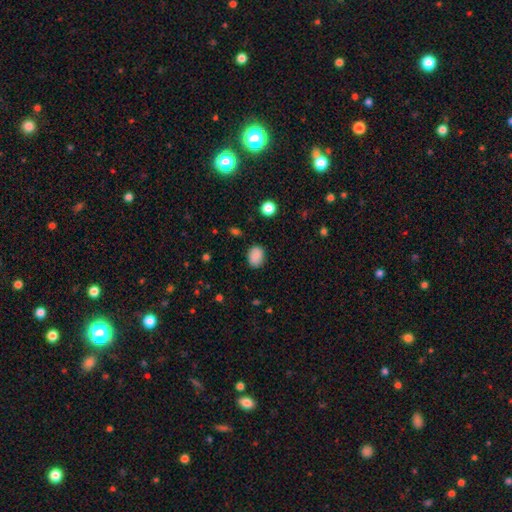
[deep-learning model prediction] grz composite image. It shows a smooth galaxy with no disk features (87%) that is in between round and cigar-shaped (64%). Merging: none (83%).